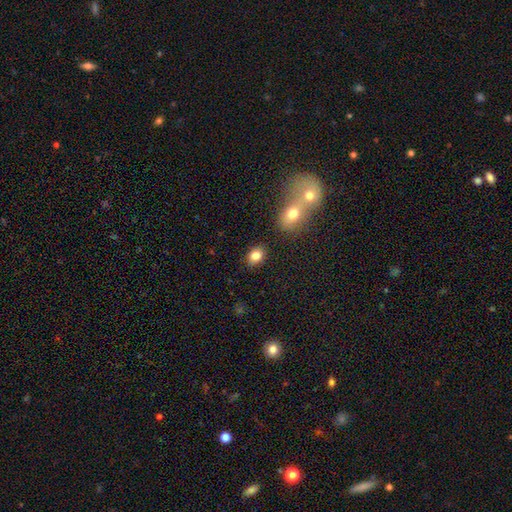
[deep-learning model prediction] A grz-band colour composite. It shows a smooth galaxy with no disk features (82%) that is in between round and cigar-shaped (71%). Merging: none (85%).